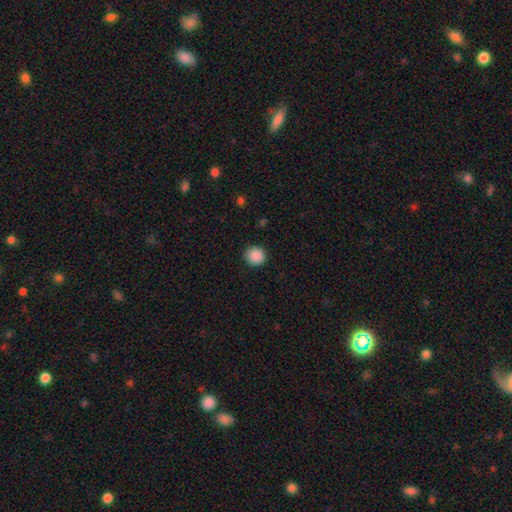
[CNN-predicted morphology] type=smooth (89%); roundness=round (90%); merging=none (91%).